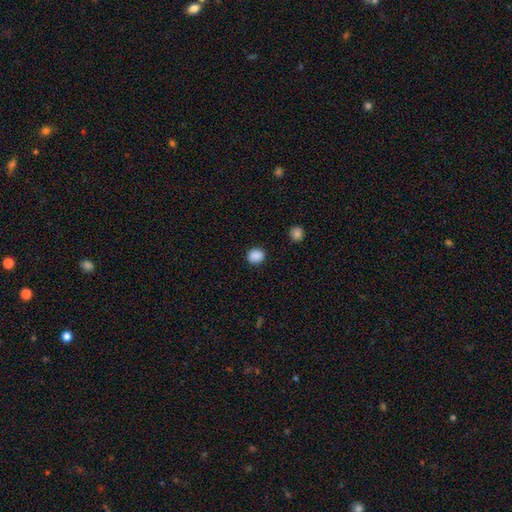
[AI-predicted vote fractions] Morphology: type=smooth (88%); roundness=round (72%); merging=none (89%).